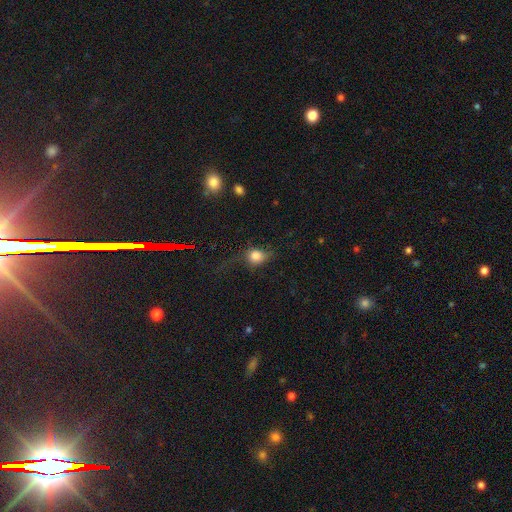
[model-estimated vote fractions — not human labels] A smooth galaxy with no disk features (72%) that is round (66%). Merging: none (46%).